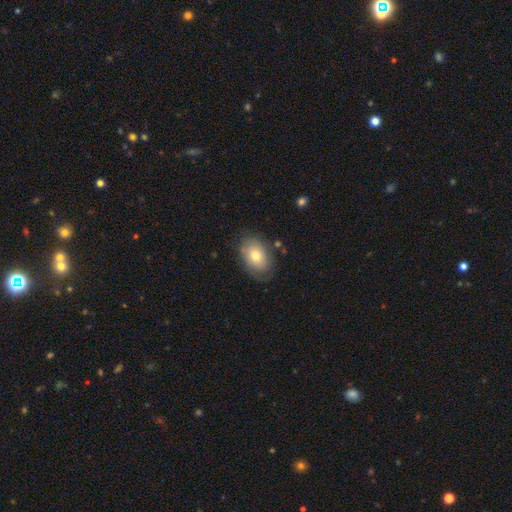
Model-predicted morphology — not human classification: Q: Smooth or featured?
A: smooth (73%); runner-up: featured or disk (20%)
Q: How rounded?
A: in between (84%); runner-up: round (15%)
Q: Merging?
A: none (75%); runner-up: minor disturbance (18%)